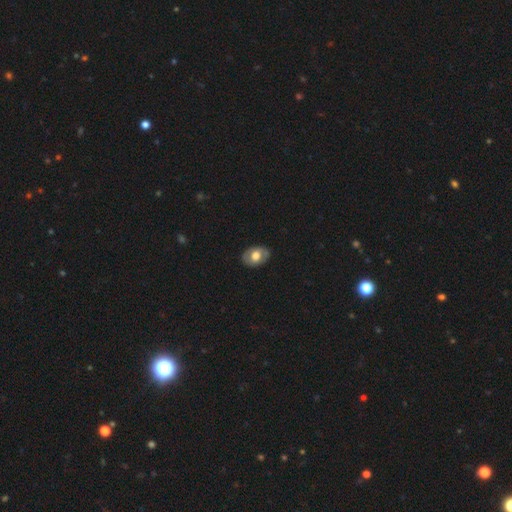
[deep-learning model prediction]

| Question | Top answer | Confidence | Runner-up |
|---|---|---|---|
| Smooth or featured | smooth | 59% | featured or disk (35%) |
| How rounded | in between | 79% | round (20%) |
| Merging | none | 83% | minor disturbance (13%) |